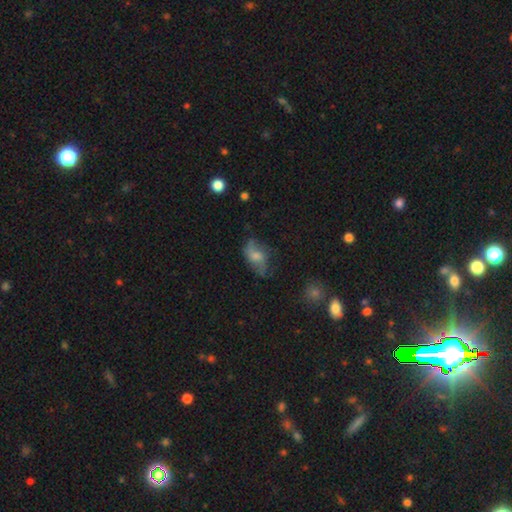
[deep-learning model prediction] Smooth or featured: featured or disk — 49% (smooth — 39%)
Merging: none — 57% (minor disturbance — 26%)